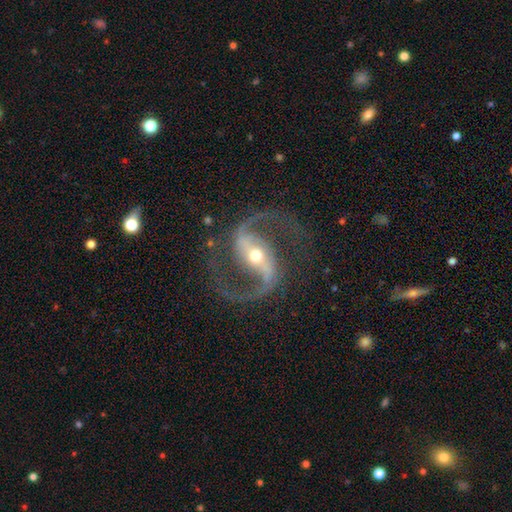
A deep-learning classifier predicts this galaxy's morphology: Smooth or featured: featured or disk — 93% (star or artifact — 4%)
Edge-on disk: no — 97% (yes — 3%)
Bar: strong — 58% (weak — 28%)
Spiral arms: yes — 98% (no — 2%)
Spiral winding: medium — 58% (loose — 33%)
Spiral arm count: 2 — 95% (can't tell — 1%)
Bulge size: moderate — 60% (small — 33%)
Merging: none — 82% (minor disturbance — 10%)